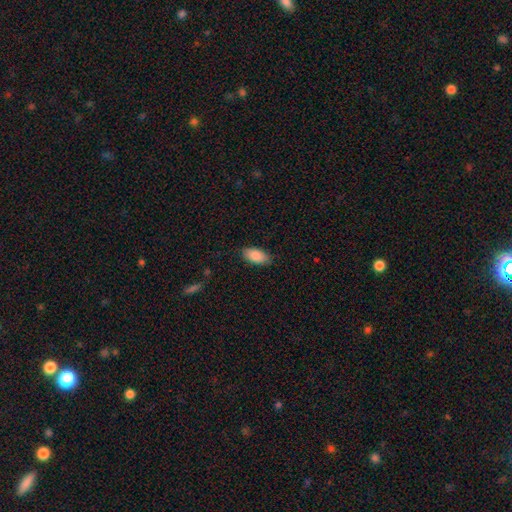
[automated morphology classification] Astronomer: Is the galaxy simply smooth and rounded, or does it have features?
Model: smooth — 88%.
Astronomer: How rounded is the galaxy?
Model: in between — 93%.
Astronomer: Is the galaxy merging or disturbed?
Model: none — 85%.